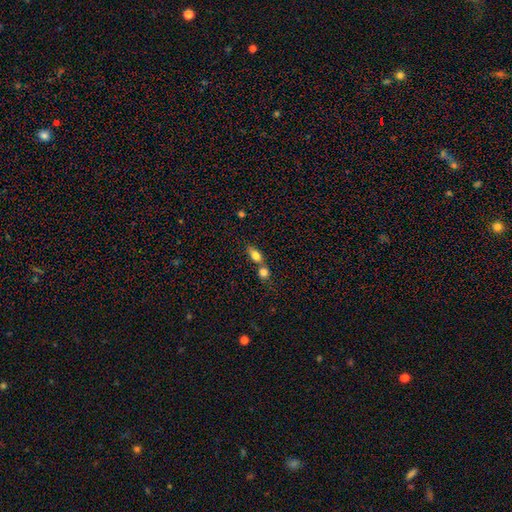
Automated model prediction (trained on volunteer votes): Smooth or featured: smooth — 77% (featured or disk — 14%)
How rounded: in between — 72% (round — 17%)
Merging: merger — 48% (none — 39%)